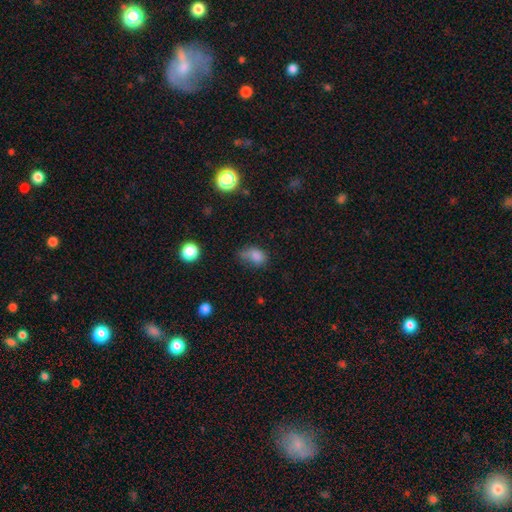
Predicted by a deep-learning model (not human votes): Smooth or featured: smooth — 79% (star or artifact — 13%)
How rounded: in between — 74% (round — 24%)
Merging: none — 37% (tied with minor disturbance — 37%)